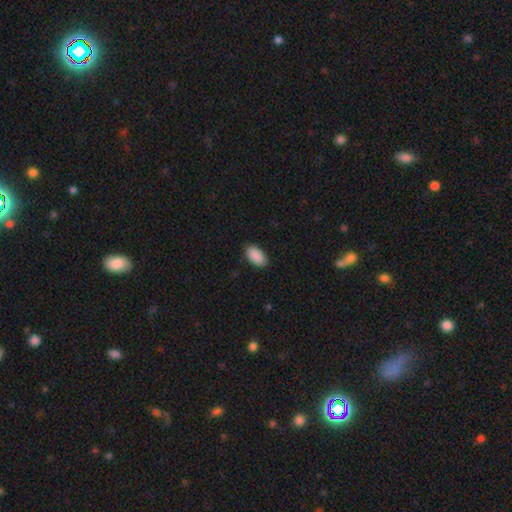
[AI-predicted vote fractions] A smooth galaxy with no disk features (91%) that is in between round and cigar-shaped (95%).

Vote fractions:
- Smooth or featured? smooth: 91% / star or artifact: 6% / featured or disk: 3%
- How rounded? in between: 95% / round: 3% / cigar-shaped: 2%
- Merging? none: 88% / minor disturbance: 9% / major disturbance: 2% / merger: 1%